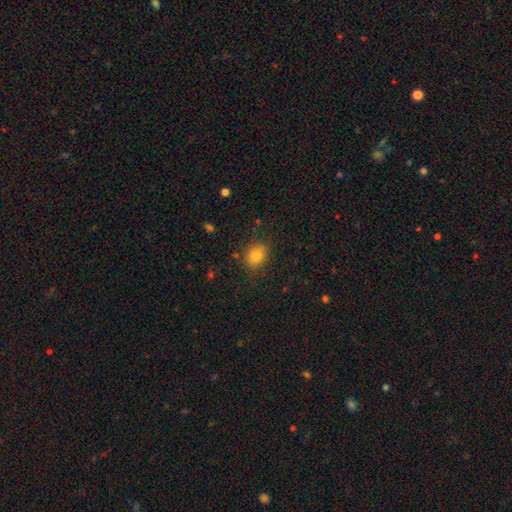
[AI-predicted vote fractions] Smooth or featured: smooth — 82% (star or artifact — 11%)
How rounded: round — 62% (in between — 37%)
Merging: none — 83% (minor disturbance — 12%)